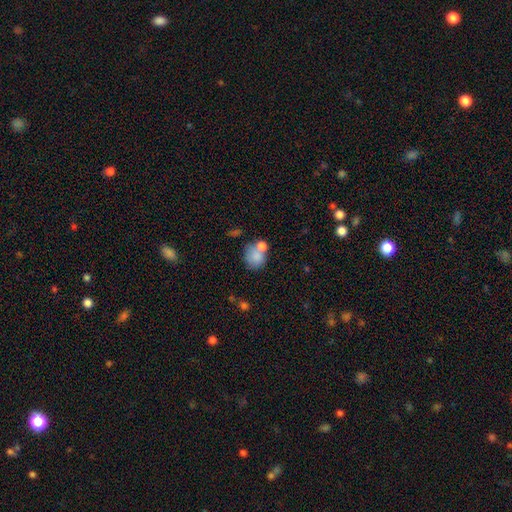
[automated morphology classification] smooth 78%, featured or disk 13%, star or artifact 9%. Down the decision tree: how rounded — round (63%); merging — none (42%).